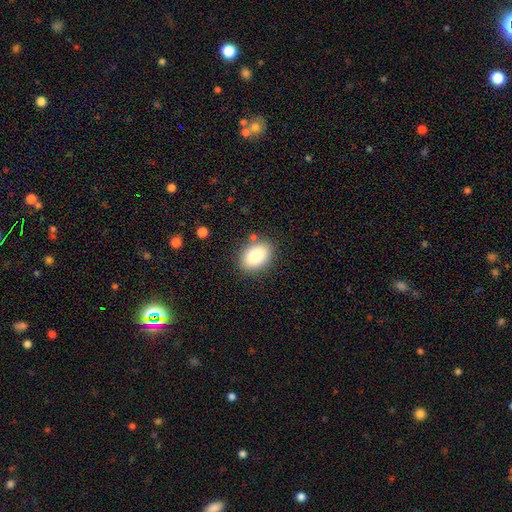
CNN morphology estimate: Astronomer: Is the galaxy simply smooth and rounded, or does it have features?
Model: smooth — 83%.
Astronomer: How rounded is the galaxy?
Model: in between — 79%.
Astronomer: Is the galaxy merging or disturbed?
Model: none — 84%.